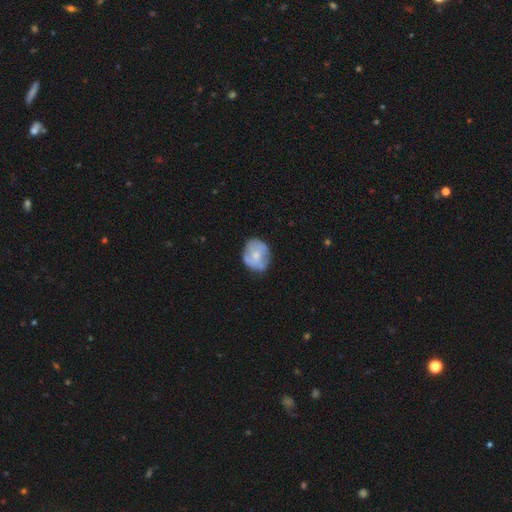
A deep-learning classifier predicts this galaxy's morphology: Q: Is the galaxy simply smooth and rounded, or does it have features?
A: smooth — 53%.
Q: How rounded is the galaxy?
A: round — 63%.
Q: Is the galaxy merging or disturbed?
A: none — 68%.